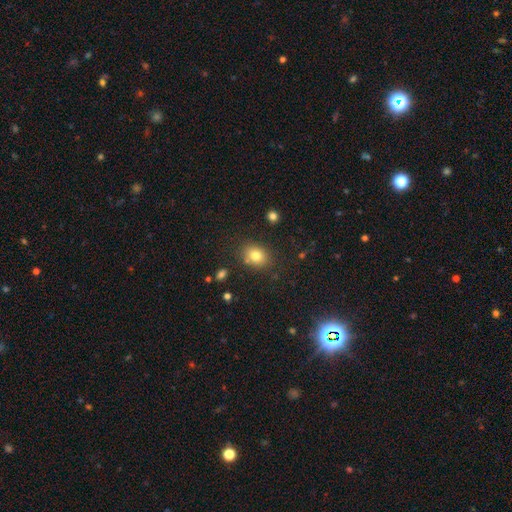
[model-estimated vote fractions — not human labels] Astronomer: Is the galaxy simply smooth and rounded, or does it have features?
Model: smooth — 78%.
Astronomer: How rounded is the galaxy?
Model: in between — 52% (runner-up: round, 47%).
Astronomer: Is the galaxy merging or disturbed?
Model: none — 80%.